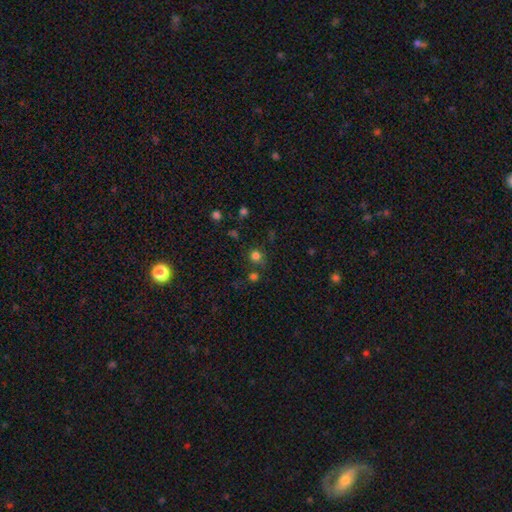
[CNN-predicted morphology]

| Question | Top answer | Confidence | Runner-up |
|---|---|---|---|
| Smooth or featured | smooth | 75% | star or artifact (19%) |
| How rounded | round | 88% | in between (11%) |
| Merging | none | 70% | minor disturbance (12%) |